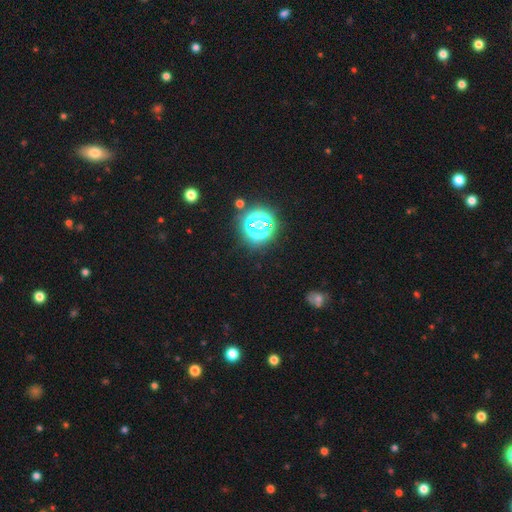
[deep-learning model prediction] Q: Smooth or featured?
A: star or artifact (75%); runner-up: smooth (19%)